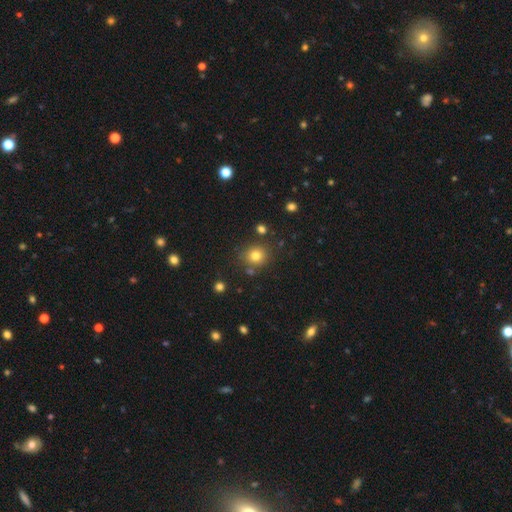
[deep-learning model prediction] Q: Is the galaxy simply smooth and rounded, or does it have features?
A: smooth — 78%.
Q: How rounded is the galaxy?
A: round — 85%.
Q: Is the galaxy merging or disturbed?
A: none — 80%.